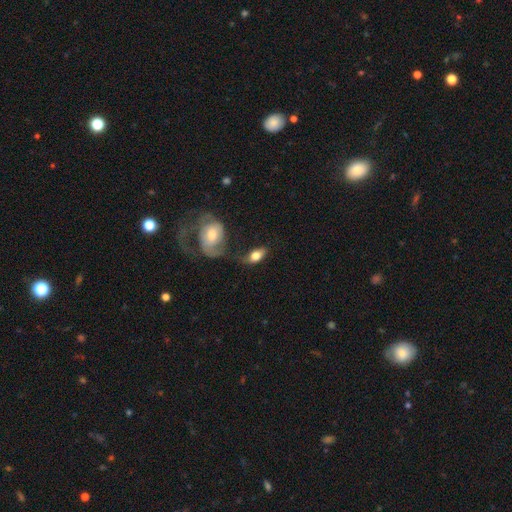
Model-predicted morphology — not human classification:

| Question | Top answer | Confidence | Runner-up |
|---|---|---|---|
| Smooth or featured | smooth | 67% | featured or disk (25%) |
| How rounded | in between | 87% | round (9%) |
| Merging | none | 41% | merger (22%) |